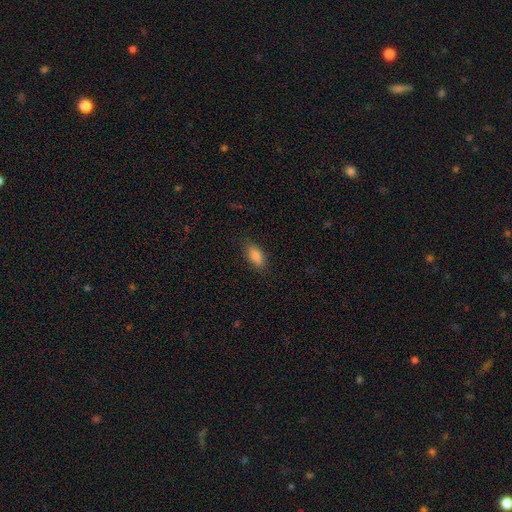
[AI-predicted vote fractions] Morphology: type=smooth (86%); roundness=in between (86%); merging=none (84%).